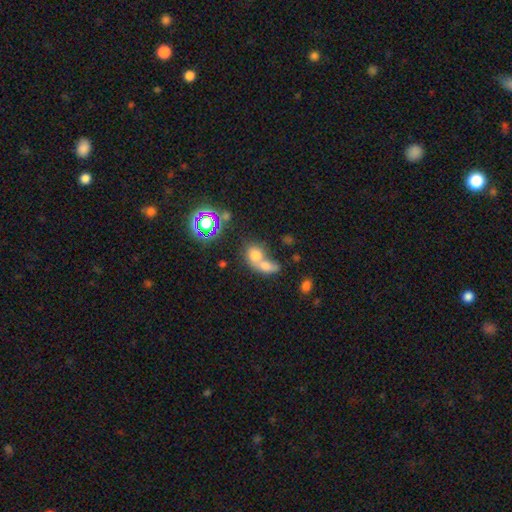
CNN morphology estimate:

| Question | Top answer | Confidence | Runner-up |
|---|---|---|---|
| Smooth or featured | smooth | 70% | featured or disk (15%) |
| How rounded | round | 52% | in between (45%) |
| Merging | merger | 65% | none (24%) |